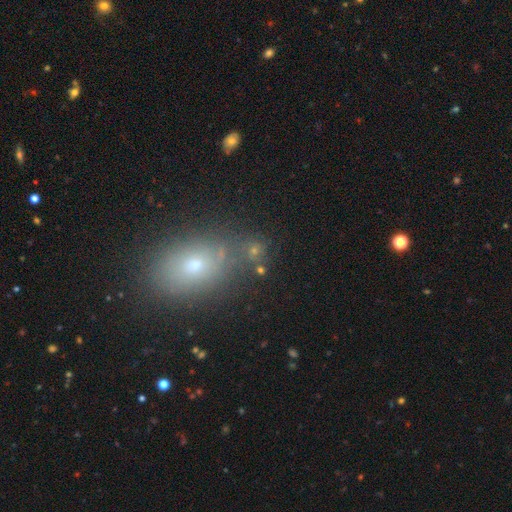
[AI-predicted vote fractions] Smooth or featured? Predicted: smooth (p=0.62). How rounded? Predicted: in between (p=0.70). Merging? Predicted: none (p=0.72).